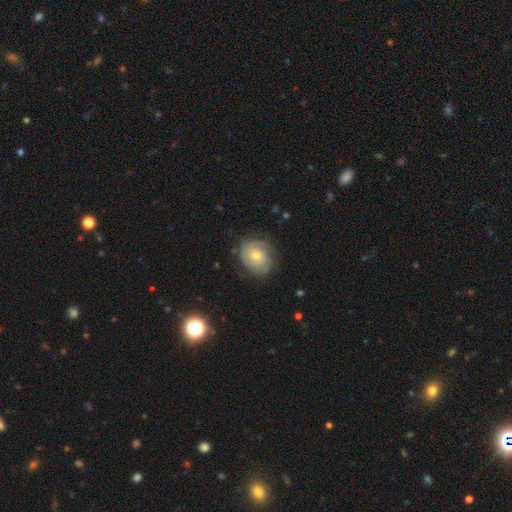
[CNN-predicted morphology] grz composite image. It shows a featured or disk galaxy (54%) with no bar (79%), spiral arms (83%) and a moderate central bulge (51%). Merging: none (72%).